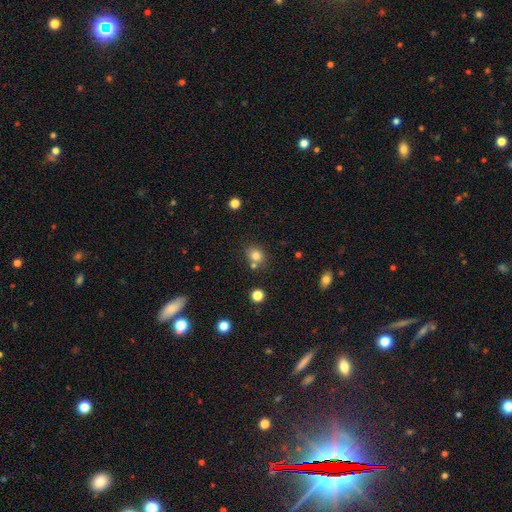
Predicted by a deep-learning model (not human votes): smooth 79%, star or artifact 13%, featured or disk 8%. Down the decision tree: how rounded — round (68%); merging — none (71%).